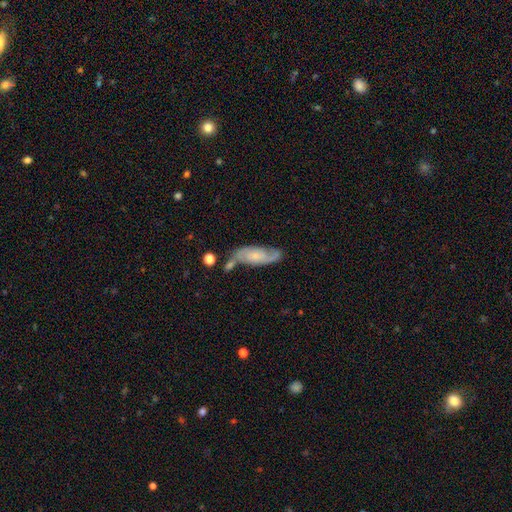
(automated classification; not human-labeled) A featured or disk galaxy (71%) with no bar (68%), 2 (84%) medium (43%) spiral arms (91%) and a small central bulge (62%).

Vote fractions:
- Smooth or featured? featured or disk: 71% / smooth: 22% / star or artifact: 7%
- Edge-on disk? no: 89% / yes: 11%
- Bar? no: 68% / weak: 26% / strong: 6%
- Spiral arms? yes: 91% / no: 9%
- Spiral winding? medium: 43% / loose: 34% / tight: 23%
- Spiral arm count? 2: 84% / can't tell: 9% / 1: 4% / 3: 2% / 4: 1% / more than 4: 1%
- Bulge size? small: 62% / moderate: 25% / none: 9% / large: 2% / dominant: 1%
- Merging? none: 57% / minor disturbance: 21% / merger: 13% / major disturbance: 9%